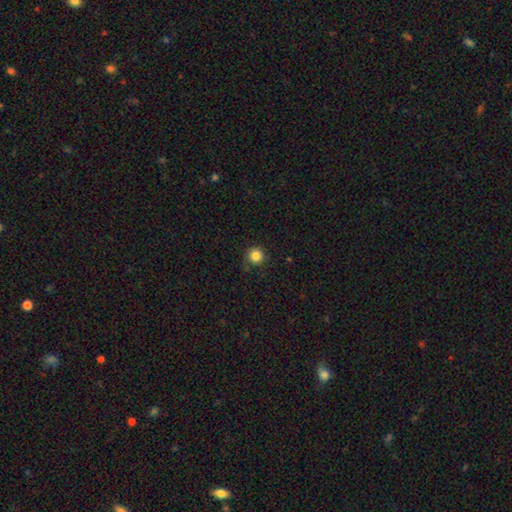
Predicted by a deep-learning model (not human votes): Smooth or featured?
  - smooth: 84% *
  - star or artifact: 11%
  - featured or disk: 4%
How rounded?
  - round: 94% *
  - in between: 5%
  - cigar-shaped: 1%
Merging?
  - none: 85% *
  - minor disturbance: 11%
  - major disturbance: 3%
  - merger: 1%